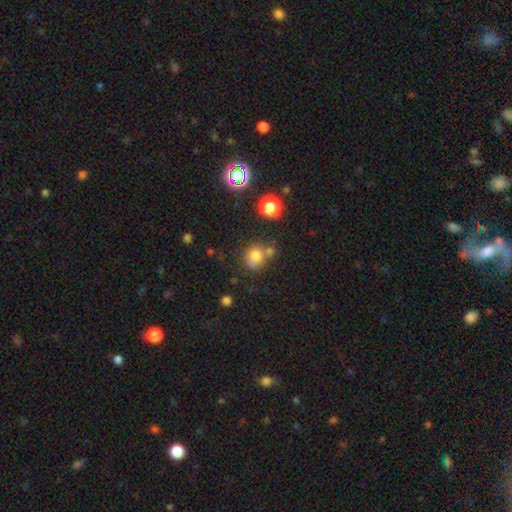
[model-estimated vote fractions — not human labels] A smooth galaxy with no disk features (73%) that is round (75%).

Vote fractions:
- Smooth or featured? smooth: 73% / star or artifact: 16% / featured or disk: 11%
- How rounded? round: 75% / in between: 24% / cigar-shaped: 1%
- Merging? none: 53% / merger: 23% / minor disturbance: 17% / major disturbance: 7%